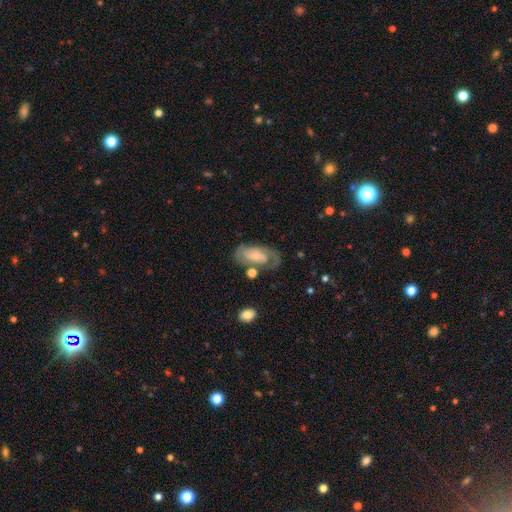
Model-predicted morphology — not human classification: featured or disk 69%, smooth 25%, star or artifact 7%. Down the decision tree: edge-on disk — no (95%); bar — no (57%); spiral arms — yes (87%); spiral arm count — 2 (55%); spiral winding — tight (46%); bulge size — small (60%); merging — none (54%).